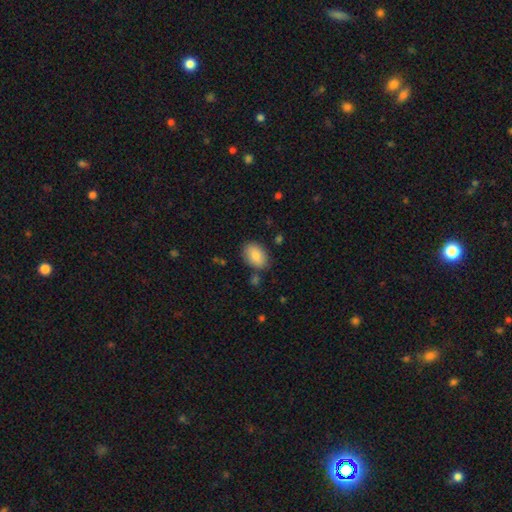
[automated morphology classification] Smooth or featured? Predicted: smooth (p=0.84). How rounded? Predicted: in between (p=0.84). Merging? Predicted: none (p=0.80).